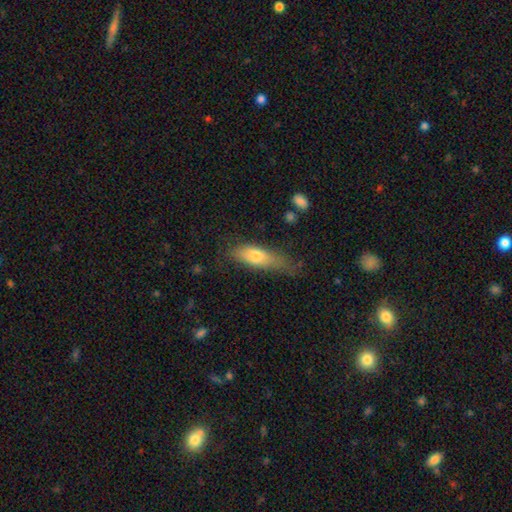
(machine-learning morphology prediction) smooth_or_featured: smooth (p=0.71) [alt: featured or disk p=0.22]
how_rounded: in between (p=0.53) [alt: cigar-shaped p=0.44]
merging: none (p=0.48) [alt: minor disturbance p=0.34]